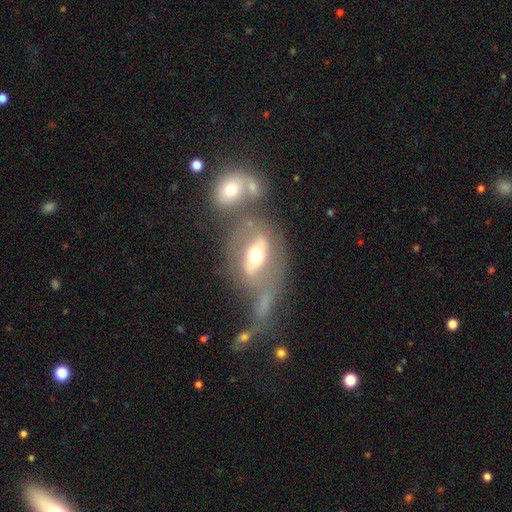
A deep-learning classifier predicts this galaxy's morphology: type=featured or disk (58%); edge-on=no (82%); merging=merger (32%).